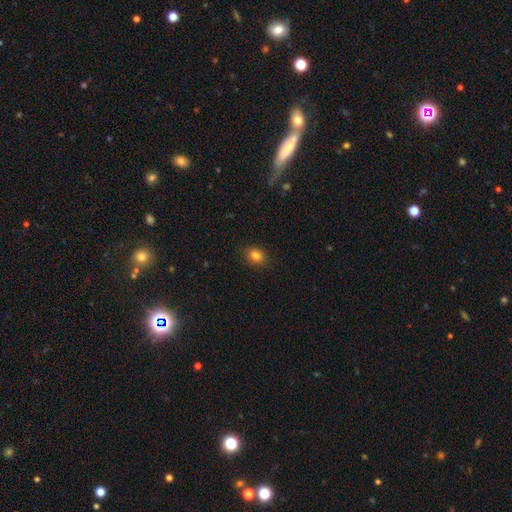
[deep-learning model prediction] smooth 82%, star or artifact 11%, featured or disk 7%. Down the decision tree: how rounded — in between (54%); merging — none (89%).